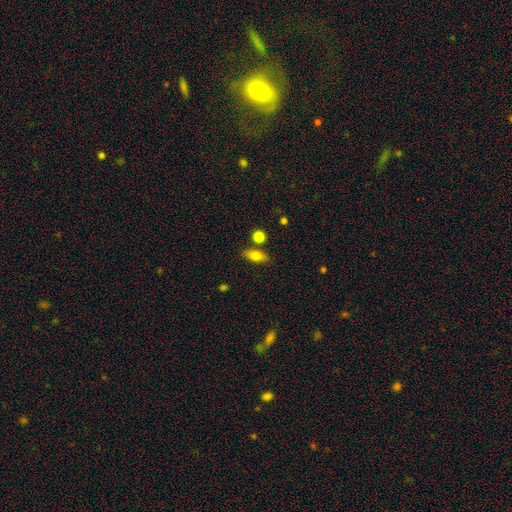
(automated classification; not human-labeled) Smooth or featured?
  - smooth: 77% *
  - featured or disk: 15%
  - star or artifact: 8%
How rounded?
  - in between: 76% *
  - cigar-shaped: 16%
  - round: 8%
Merging?
  - none: 77% *
  - minor disturbance: 12%
  - merger: 8%
  - major disturbance: 3%